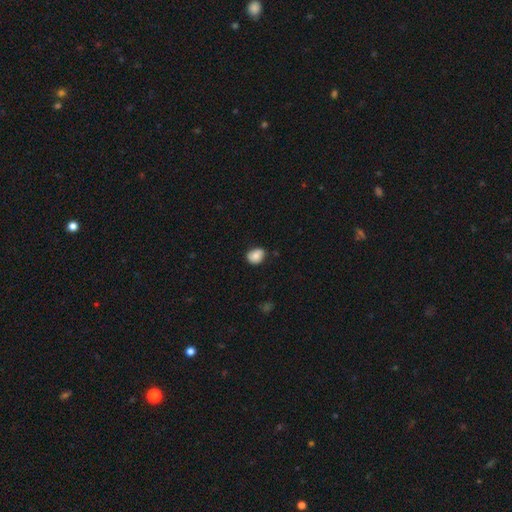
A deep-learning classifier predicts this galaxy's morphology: smooth_or_featured: smooth (p=0.79) [alt: featured or disk p=0.12]
how_rounded: in between (p=0.50) [alt: round p=0.49]
merging: none (p=0.68) [alt: minor disturbance p=0.25]